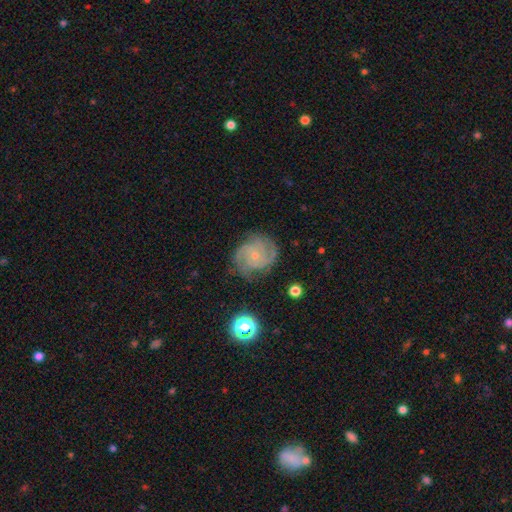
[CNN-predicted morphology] Smooth or featured? Predicted: featured or disk (p=0.84). Edge-on disk? Predicted: no (p=0.98). Bar? Predicted: no (p=0.76). Spiral arms? Predicted: yes (p=0.97). Spiral winding? Predicted: tight (p=0.58). Spiral arm count? Predicted: 3 (p=0.35). Bulge size? Predicted: small (p=0.80). Merging? Predicted: none (p=0.75).